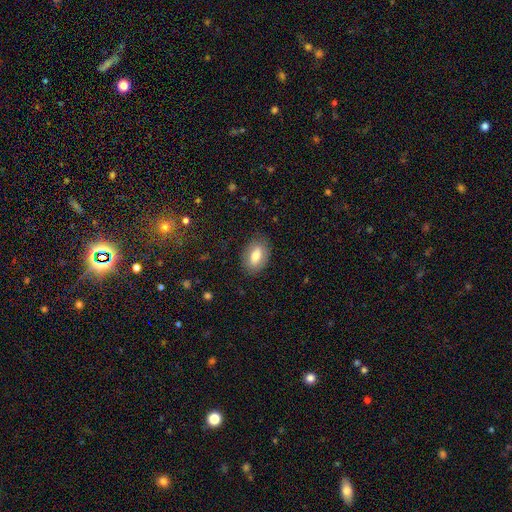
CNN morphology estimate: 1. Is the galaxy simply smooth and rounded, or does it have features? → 76% smooth, 17% featured or disk, 7% star or artifact.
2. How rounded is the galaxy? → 89% in between, 9% round, 2% cigar-shaped.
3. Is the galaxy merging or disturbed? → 84% none, 12% minor disturbance, 4% major disturbance, 1% merger.